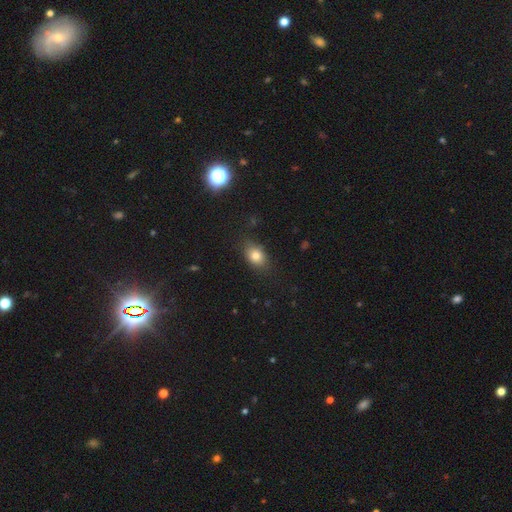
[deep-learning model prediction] This is likely a smooth galaxy (80%). How rounded: likely in between (69%). Merging: clearly none (80%).